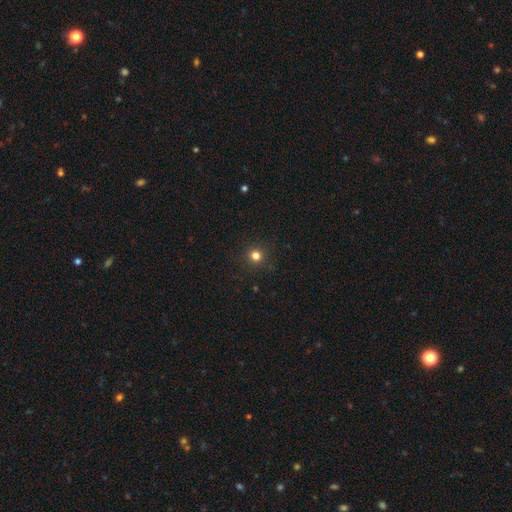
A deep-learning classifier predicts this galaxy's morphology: smooth 79%, star or artifact 16%, featured or disk 5%. Down the decision tree: how rounded — round (94%); merging — none (92%).